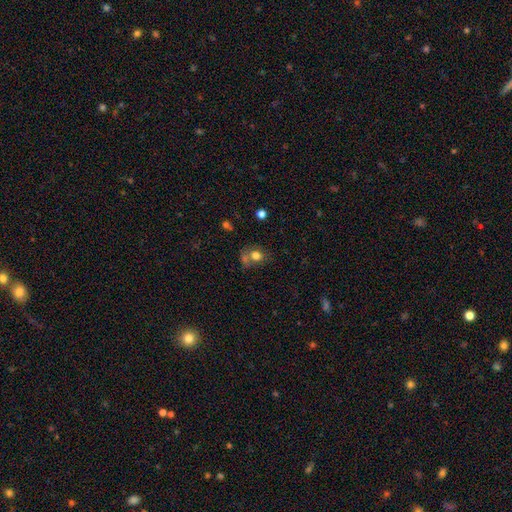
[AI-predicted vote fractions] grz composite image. It shows a smooth galaxy with no disk features (76%) that is round (57%). Merging: none (44%).